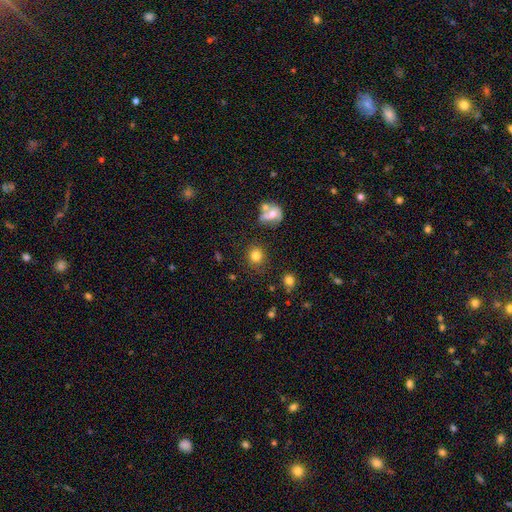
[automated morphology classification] Q: Smooth or featured?
A: smooth (80%); runner-up: star or artifact (12%)
Q: How rounded?
A: round (86%); runner-up: in between (13%)
Q: Merging?
A: none (82%); runner-up: minor disturbance (9%)